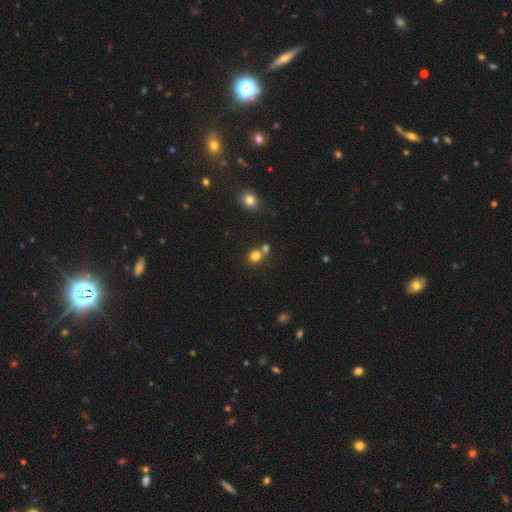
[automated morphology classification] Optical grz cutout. It shows a smooth galaxy with no disk features (79%) that is round (73%). Merging: none (52%).